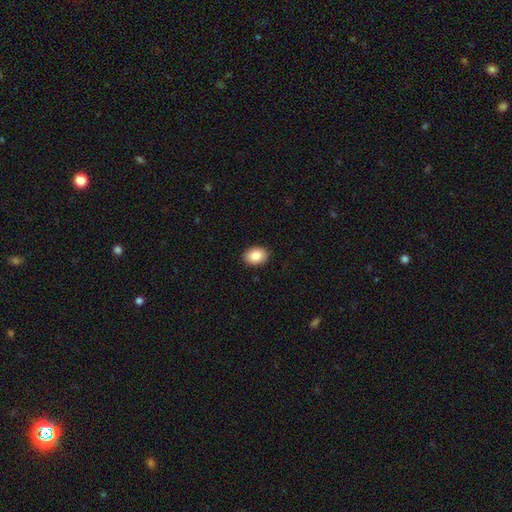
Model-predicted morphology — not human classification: Smooth or featured?
  - smooth: 87% *
  - star or artifact: 7%
  - featured or disk: 5%
How rounded?
  - in between: 75% *
  - round: 24%
  - cigar-shaped: 1%
Merging?
  - none: 90% *
  - minor disturbance: 7%
  - major disturbance: 2%
  - merger: 1%